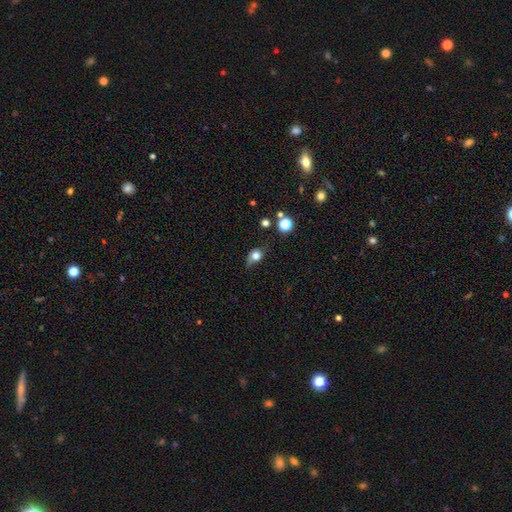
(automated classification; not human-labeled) Morphology: type=smooth (69%); roundness=round (53%); merging=none (49%).